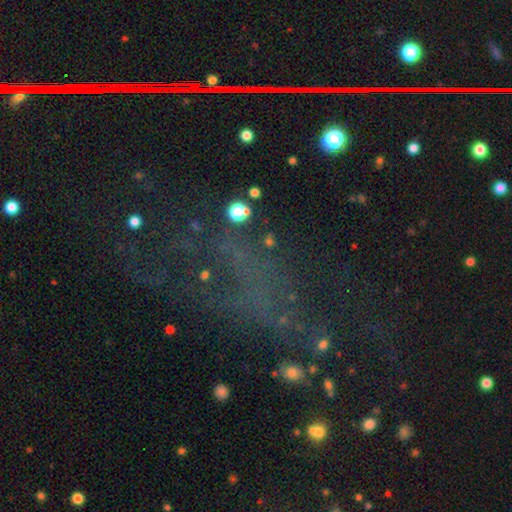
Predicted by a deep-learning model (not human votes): Q: Smooth or featured?
A: star or artifact (55%); runner-up: featured or disk (24%)